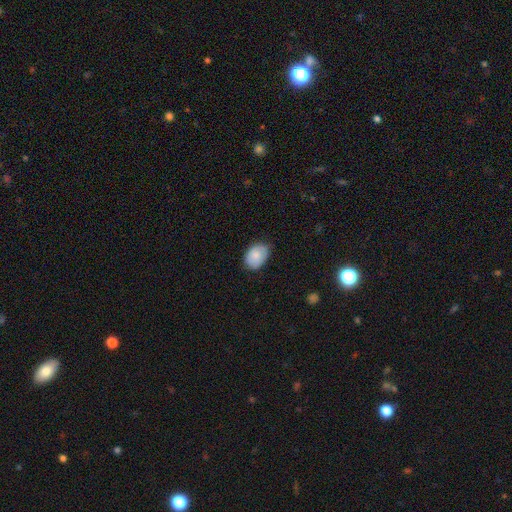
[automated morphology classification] Smooth or featured? Predicted: smooth (p=0.80). How rounded? Predicted: in between (p=0.78). Merging? Predicted: none (p=0.75).